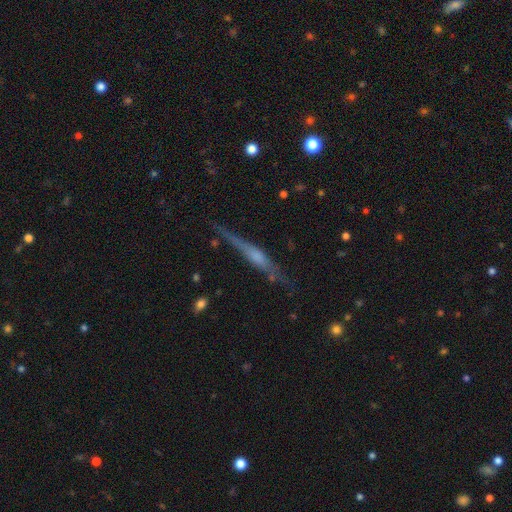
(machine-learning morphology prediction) Smooth or featured: featured or disk — 70% (smooth — 22%)
Edge-on disk: yes — 95% (no — 5%)
Edge-on bulge: rounded — 52% (none — 26%)
Merging: none — 76% (minor disturbance — 17%)